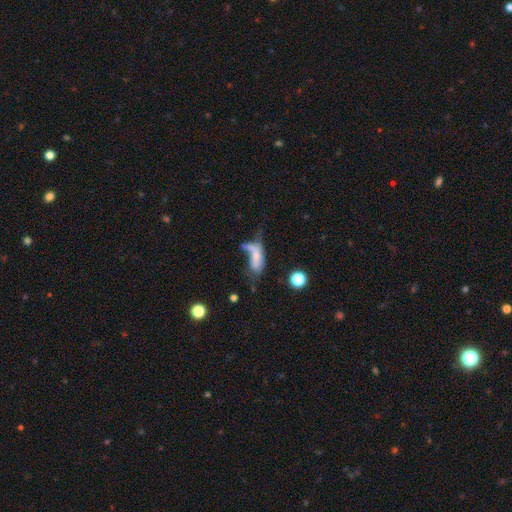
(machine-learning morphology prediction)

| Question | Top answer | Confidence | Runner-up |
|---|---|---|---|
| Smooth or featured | smooth | 56% | featured or disk (32%) |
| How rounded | in between | 71% | cigar-shaped (25%) |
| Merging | major disturbance | 37% | merger (28%) |